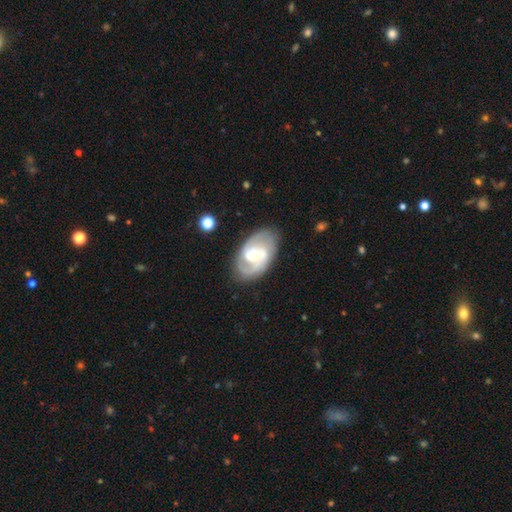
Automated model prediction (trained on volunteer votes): A featured or disk galaxy (84%) with no bar (52%), 2 (68%) medium (46%) spiral arms (96%) and a small central bulge (55%).

Vote fractions:
- Smooth or featured? featured or disk: 84% / smooth: 11% / star or artifact: 5%
- Edge-on disk? no: 97% / yes: 3%
- Bar? no: 52% / weak: 39% / strong: 9%
- Spiral arms? yes: 96% / no: 4%
- Spiral winding? medium: 46% / tight: 42% / loose: 12%
- Spiral arm count? 2: 68% / 3: 13% / can't tell: 12% / 1: 3% / 4: 2% / more than 4: 2%
- Bulge size? small: 55% / moderate: 37% / large: 4% / none: 3% / dominant: 1%
- Merging? none: 77% / minor disturbance: 15% / major disturbance: 6% / merger: 2%